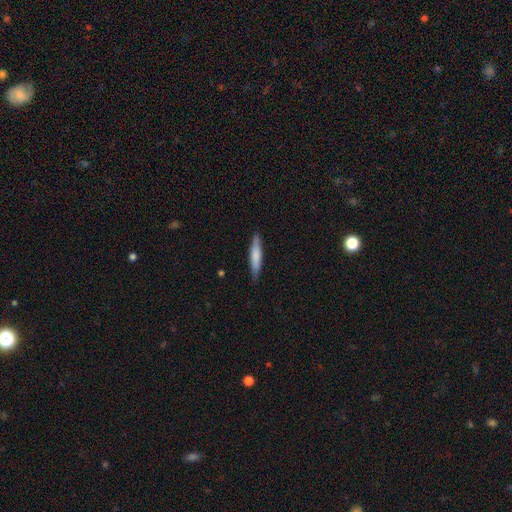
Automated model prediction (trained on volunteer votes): smooth_or_featured: smooth (p=0.72) [alt: featured or disk p=0.23]
how_rounded: cigar-shaped (p=0.89) [alt: in between p=0.10]
merging: none (p=0.87) [alt: minor disturbance p=0.10]